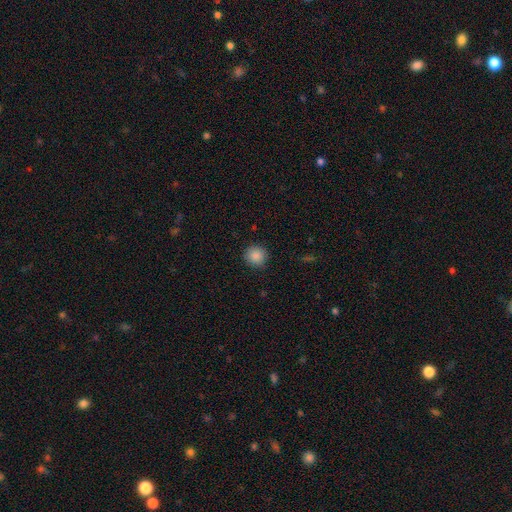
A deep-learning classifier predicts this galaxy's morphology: The model was most divided on "smooth or featured": smooth: 87%, star or artifact: 9%, featured or disk: 3%. More confident: how rounded — round (94%); merging — none (91%).